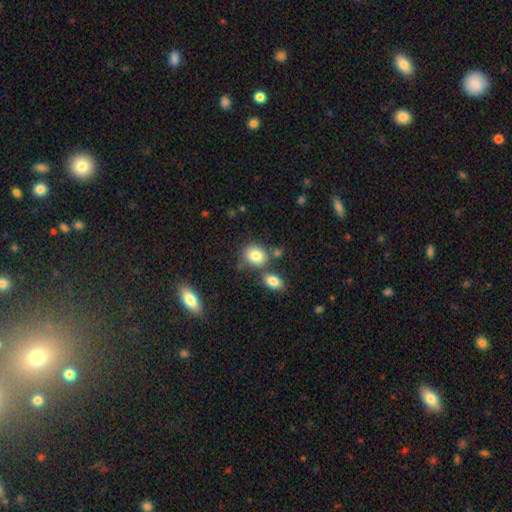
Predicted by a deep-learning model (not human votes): The model was most divided on "how rounded": round: 59%, in between: 40%, cigar-shaped: 1%. More confident: smooth or featured — smooth (82%); merging — none (63%).